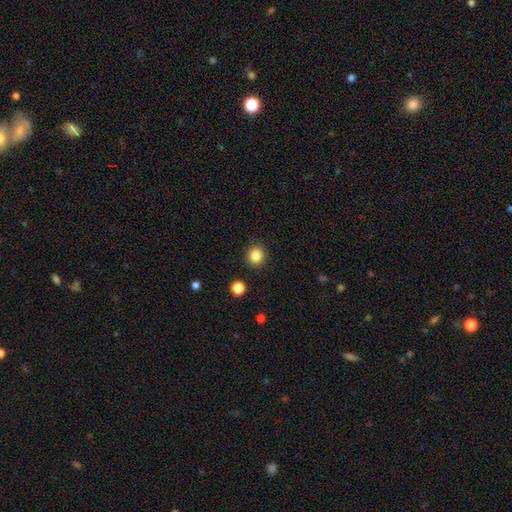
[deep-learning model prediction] smooth 85%, star or artifact 11%, featured or disk 4%. Down the decision tree: how rounded — round (88%); merging — none (91%).